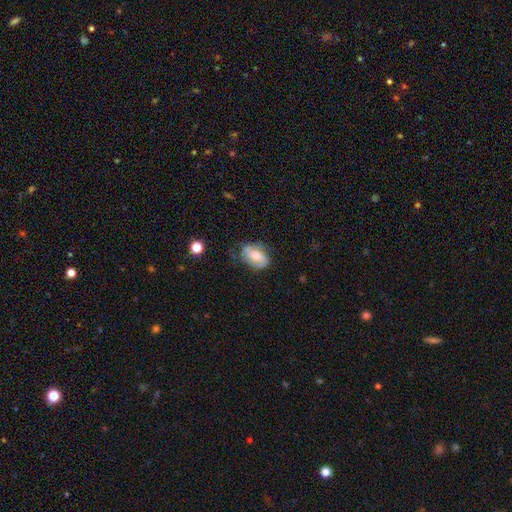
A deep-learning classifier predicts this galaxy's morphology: The model was most divided on "smooth or featured" (2-way tie): featured or disk: 46%, smooth: 46%, star or artifact: 8%. More confident: merging — none (60%).